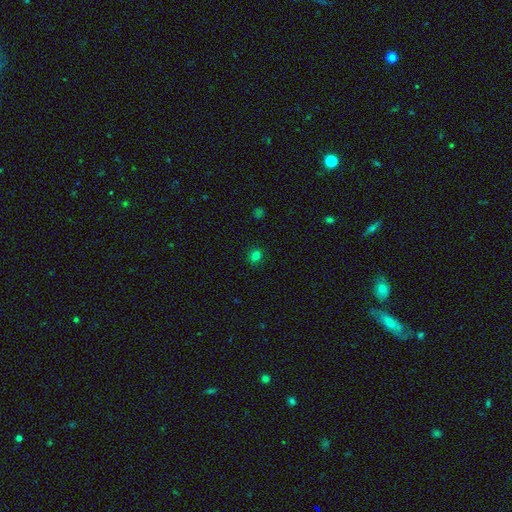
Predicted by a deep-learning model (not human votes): smooth 79%, star or artifact 16%, featured or disk 5%. Down the decision tree: how rounded — round (71%); merging — none (90%).